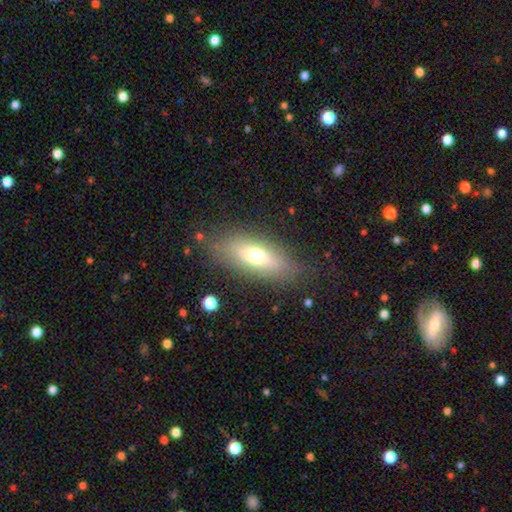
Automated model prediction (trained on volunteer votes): smooth 64%, featured or disk 26%, star or artifact 10%. Down the decision tree: how rounded — in between (72%); merging — none (82%).